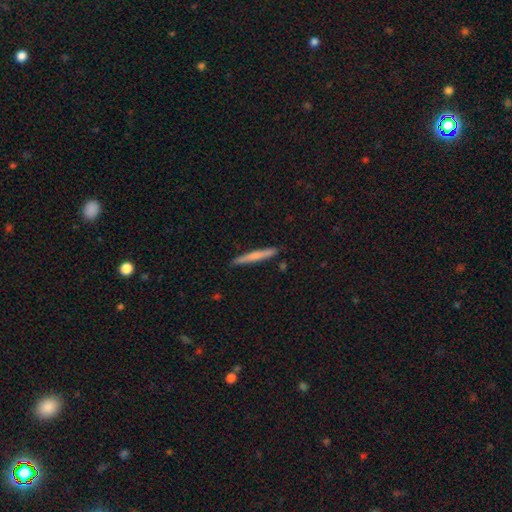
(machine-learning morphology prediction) The model was most divided on "smooth or featured": smooth: 64%, featured or disk: 31%, star or artifact: 6%. More confident: how rounded — cigar-shaped (96%); merging — none (89%).